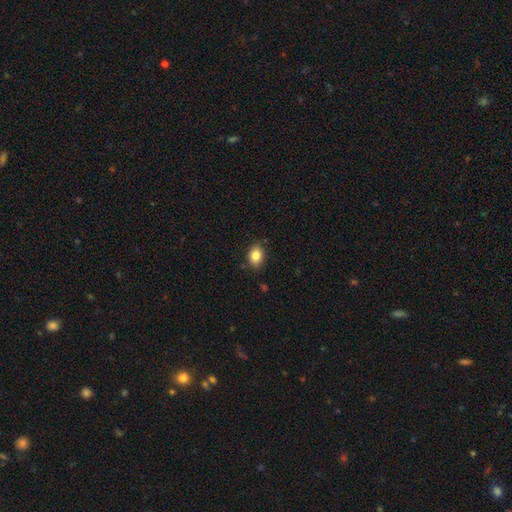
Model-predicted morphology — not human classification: The model was most divided on "how rounded": in between: 72%, round: 27%, cigar-shaped: 1%. More confident: smooth or featured — smooth (84%); merging — none (83%).